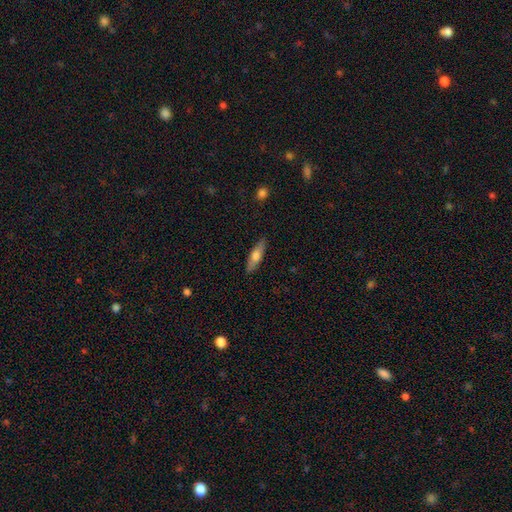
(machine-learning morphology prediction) A smooth galaxy with no disk features (62%) that is cigar-shaped (58%).

Vote fractions:
- Smooth or featured? smooth: 62% / featured or disk: 32% / star or artifact: 6%
- How rounded? cigar-shaped: 58% / in between: 40% / round: 2%
- Merging? none: 88% / minor disturbance: 9% / major disturbance: 2% / merger: 1%